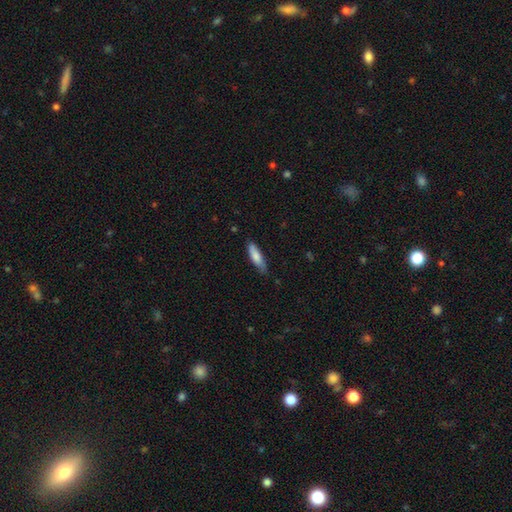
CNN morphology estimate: A smooth galaxy with no disk features (79%) that is cigar-shaped (61%).

Vote fractions:
- Smooth or featured? smooth: 79% / featured or disk: 15% / star or artifact: 6%
- How rounded? cigar-shaped: 61% / in between: 37% / round: 2%
- Merging? none: 75% / minor disturbance: 21% / major disturbance: 3% / merger: 1%